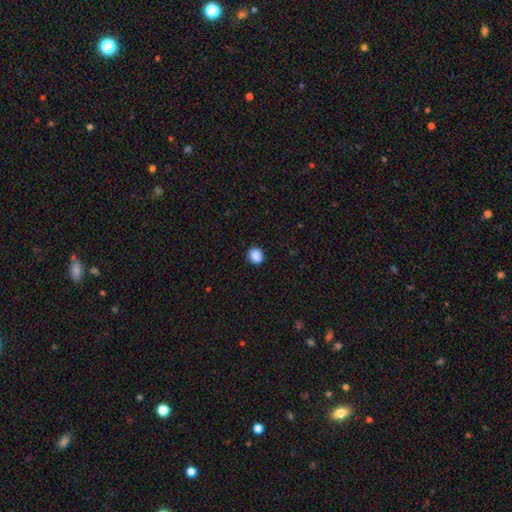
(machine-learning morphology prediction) Smooth or featured?
  - smooth: 89% *
  - star or artifact: 9%
  - featured or disk: 3%
How rounded?
  - round: 73% *
  - in between: 26%
  - cigar-shaped: 1%
Merging?
  - none: 91% *
  - minor disturbance: 6%
  - major disturbance: 2%
  - merger: 1%